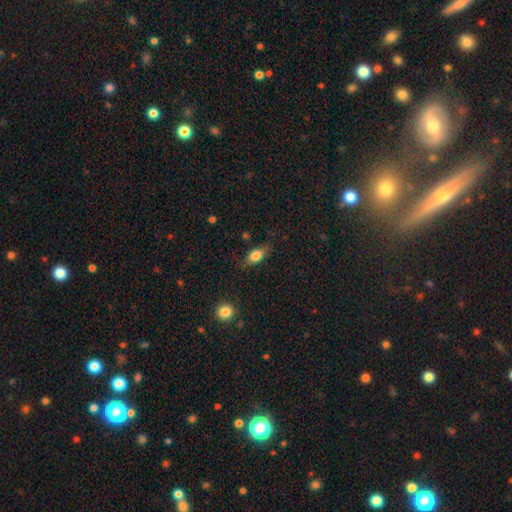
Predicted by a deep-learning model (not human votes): A smooth galaxy with no disk features (75%) that is in between round and cigar-shaped (79%). Merging: none (73%).